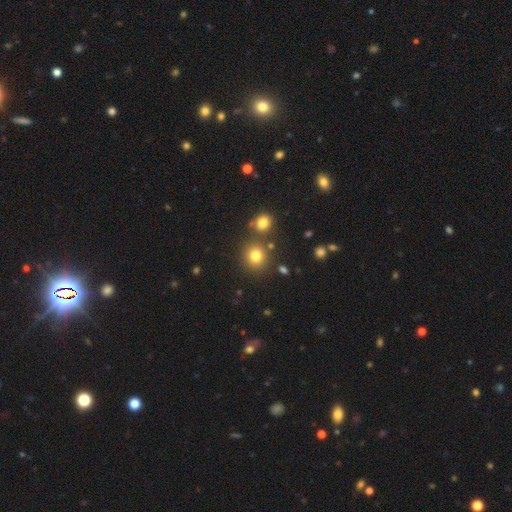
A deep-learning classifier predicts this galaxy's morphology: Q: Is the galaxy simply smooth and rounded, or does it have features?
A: smooth — 79%.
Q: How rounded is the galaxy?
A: round — 88%.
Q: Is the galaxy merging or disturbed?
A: none — 78%.